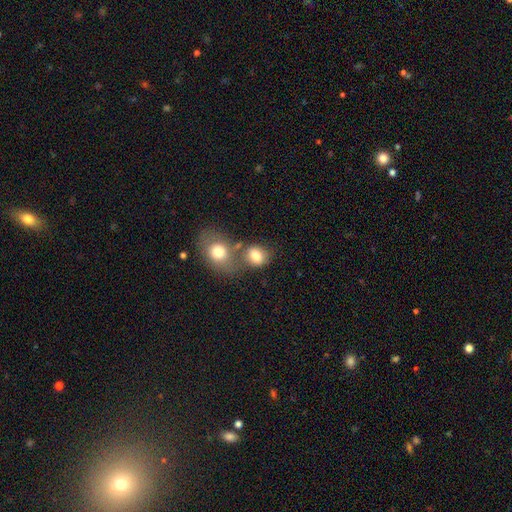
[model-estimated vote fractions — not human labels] A smooth galaxy with no disk features (79%) that is round (51%). Merging: none (45%).